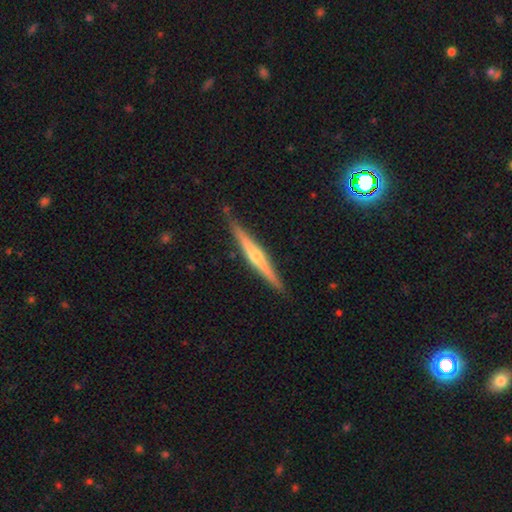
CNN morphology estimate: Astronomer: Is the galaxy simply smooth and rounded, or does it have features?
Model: featured or disk — 75%.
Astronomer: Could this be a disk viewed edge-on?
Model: yes — 98%.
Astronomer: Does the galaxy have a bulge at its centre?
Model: rounded — 83%.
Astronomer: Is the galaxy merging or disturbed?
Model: none — 89%.